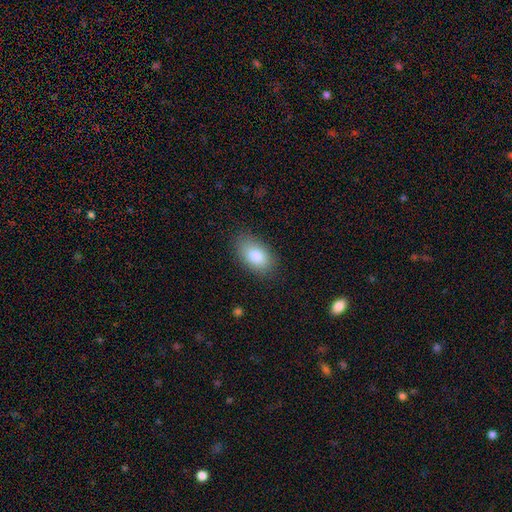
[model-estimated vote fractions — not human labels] Q: Smooth or featured?
A: smooth (84%); runner-up: featured or disk (9%)
Q: How rounded?
A: in between (93%); runner-up: round (5%)
Q: Merging?
A: none (84%); runner-up: minor disturbance (12%)